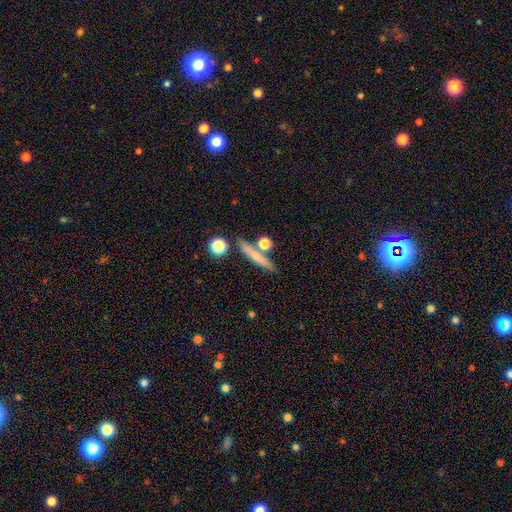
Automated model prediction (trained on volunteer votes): A smooth galaxy with no disk features (66%) that is cigar-shaped (82%).

Vote fractions:
- Smooth or featured? smooth: 66% / featured or disk: 26% / star or artifact: 7%
- How rounded? cigar-shaped: 82% / in between: 10% / round: 9%
- Merging? none: 74% / merger: 13% / minor disturbance: 10% / major disturbance: 3%